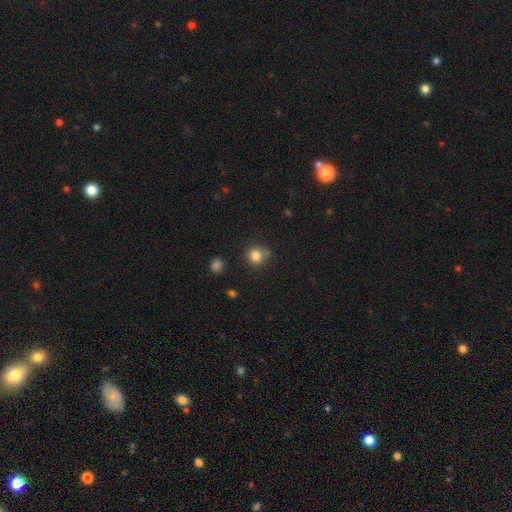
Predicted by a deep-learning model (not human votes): Smooth or featured? Predicted: smooth (p=0.83). How rounded? Predicted: round (p=0.88). Merging? Predicted: none (p=0.71).